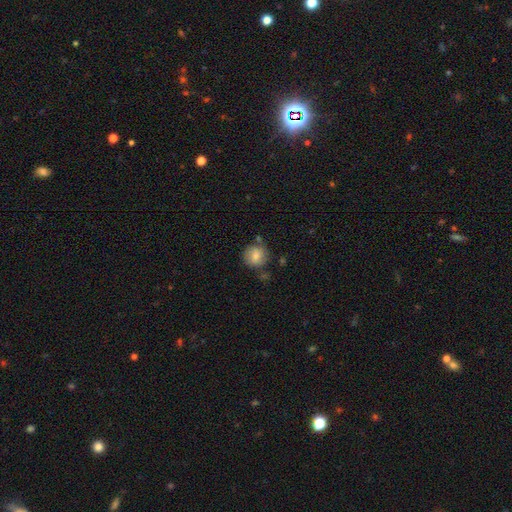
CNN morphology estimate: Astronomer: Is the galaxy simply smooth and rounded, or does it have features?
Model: smooth — 78%.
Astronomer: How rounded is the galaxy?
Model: round — 86%.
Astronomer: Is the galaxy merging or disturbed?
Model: none — 71%.